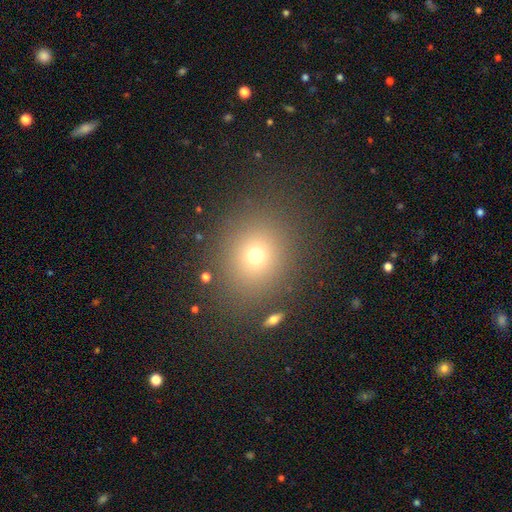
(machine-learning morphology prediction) The model was most divided on "smooth or featured": smooth: 68%, star or artifact: 23%, featured or disk: 9%. More confident: merging — none (86%); how rounded — round (76%).